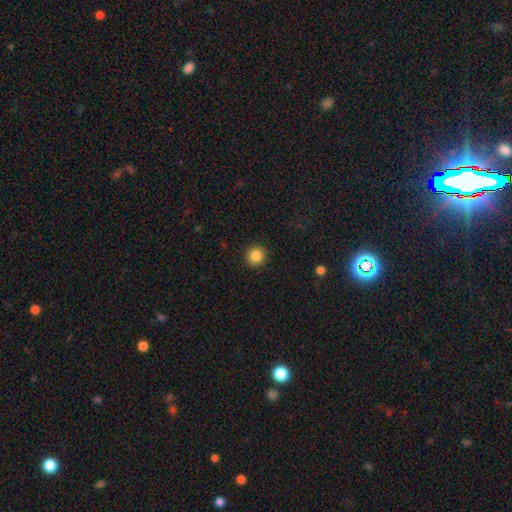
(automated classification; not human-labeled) A smooth galaxy with no disk features (87%) that is round (93%).

Vote fractions:
- Smooth or featured? smooth: 87% / star or artifact: 10% / featured or disk: 4%
- How rounded? round: 93% / in between: 6% / cigar-shaped: 1%
- Merging? none: 92% / minor disturbance: 5% / major disturbance: 2% / merger: 1%